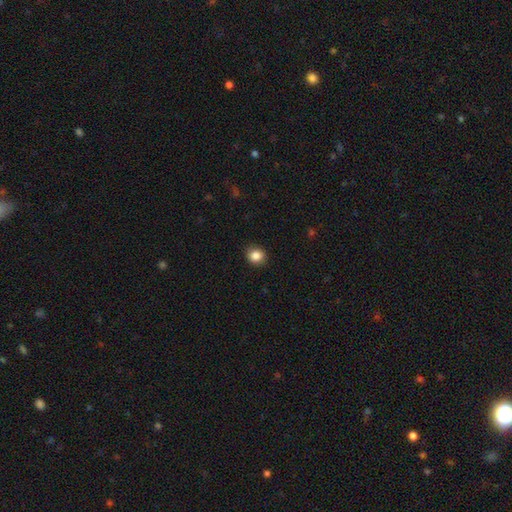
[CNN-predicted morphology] This is clearly a smooth galaxy (85%). How rounded: likely round (79%). Merging: clearly none (89%).